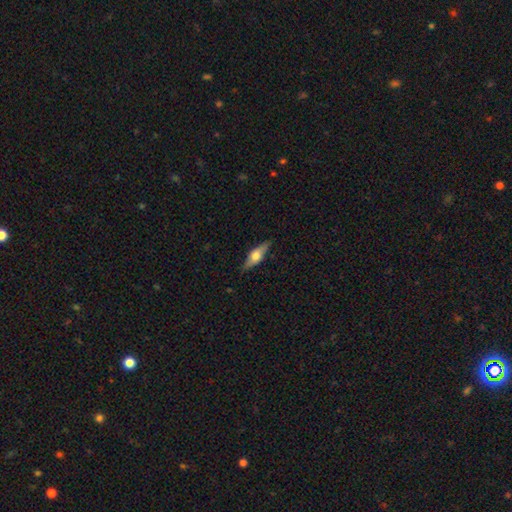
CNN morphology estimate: A featured or disk galaxy (51%) viewed edge-on (91%). Merging: none (85%).